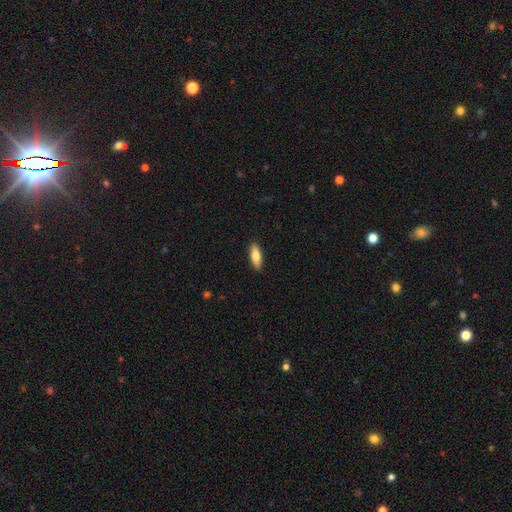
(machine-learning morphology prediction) smooth-or-featured: smooth: 78% | featured or disk: 17% | star or artifact: 6%
  how-rounded: in between: 68% | cigar-shaped: 30% | round: 2%
  merging: none: 89% | minor disturbance: 9% | major disturbance: 2% | merger: 1%